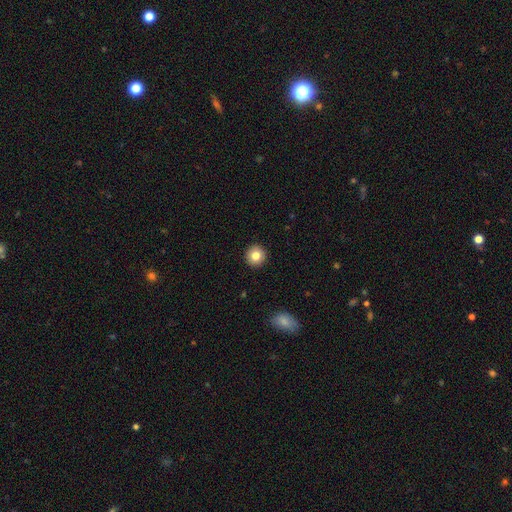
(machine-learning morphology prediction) type=smooth (83%); roundness=round (95%); merging=none (93%).